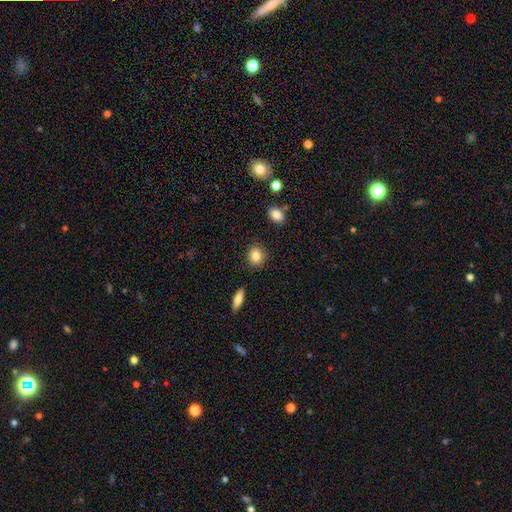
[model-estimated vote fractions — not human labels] A smooth galaxy with no disk features (84%) that is round (71%).

Vote fractions:
- Smooth or featured? smooth: 84% / star or artifact: 9% / featured or disk: 8%
- How rounded? round: 71% / in between: 27% / cigar-shaped: 2%
- Merging? none: 88% / minor disturbance: 8% / major disturbance: 2% / merger: 2%